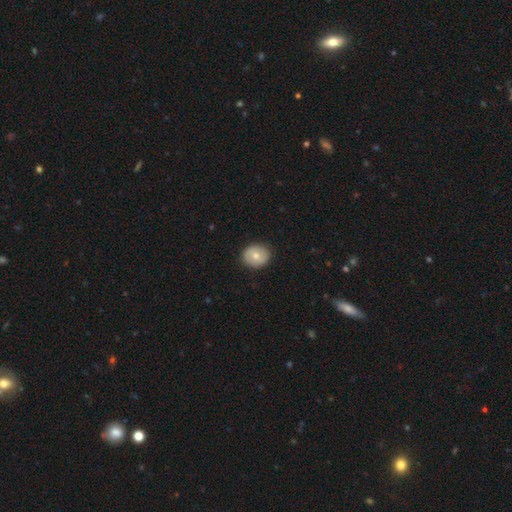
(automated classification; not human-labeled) Q: Smooth or featured?
A: smooth (67%); runner-up: featured or disk (26%)
Q: How rounded?
A: round (70%); runner-up: in between (29%)
Q: Merging?
A: none (88%); runner-up: minor disturbance (9%)